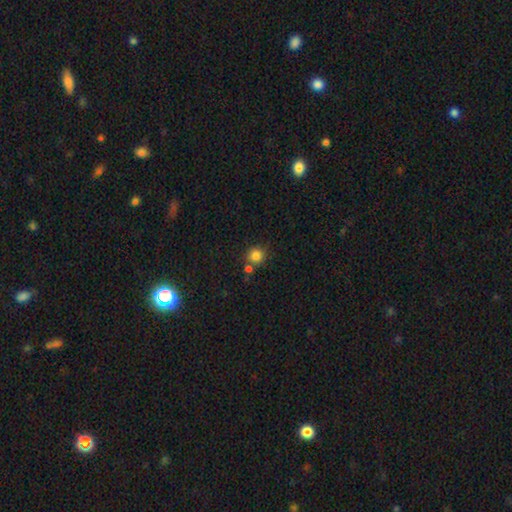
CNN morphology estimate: smooth_or_featured: smooth (p=0.83) [alt: star or artifact p=0.12]
how_rounded: round (p=0.88) [alt: in between p=0.11]
merging: none (p=0.71) [alt: merger p=0.14]